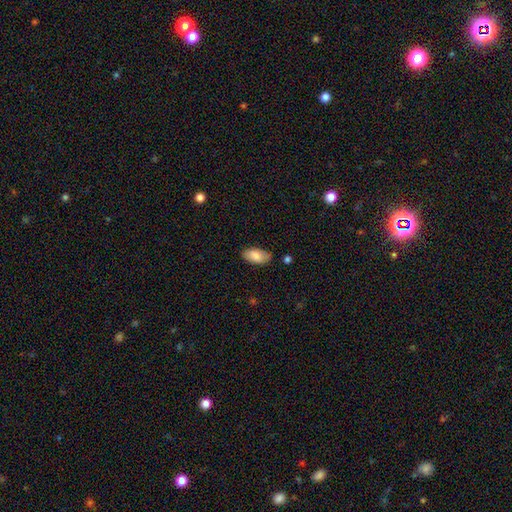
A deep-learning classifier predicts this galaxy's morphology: type=smooth (85%); roundness=in between (93%); merging=none (79%).